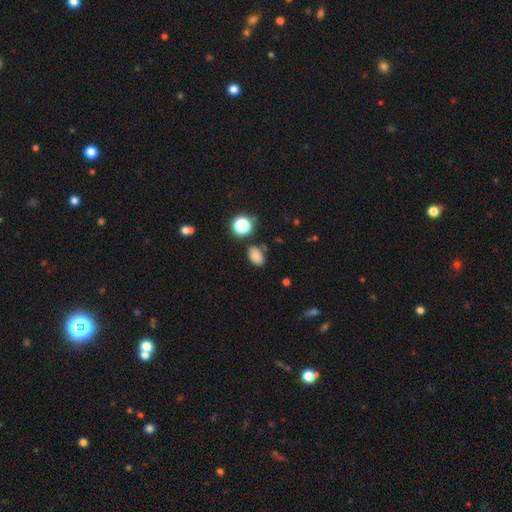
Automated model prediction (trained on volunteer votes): This is likely a smooth galaxy (79%). How rounded: clearly in between (83%). Merging: likely none (74%).